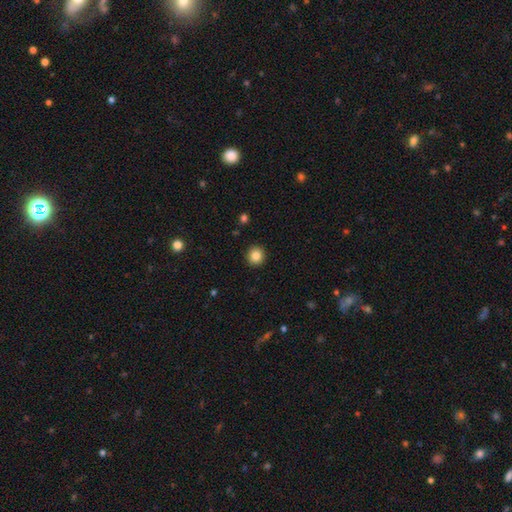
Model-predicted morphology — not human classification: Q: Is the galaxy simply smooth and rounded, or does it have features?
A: smooth — 85%.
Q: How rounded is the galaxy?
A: round — 94%.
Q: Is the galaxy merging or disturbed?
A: none — 92%.